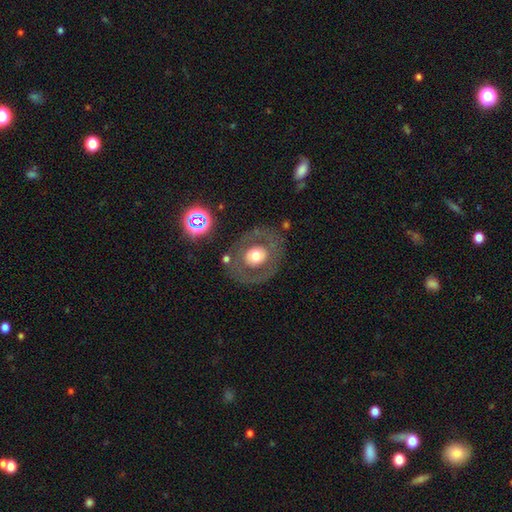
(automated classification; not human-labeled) smooth-or-featured: featured or disk: 47% | smooth: 45% | star or artifact: 8%
  merging: none: 77% | minor disturbance: 11% | major disturbance: 9% | merger: 3%